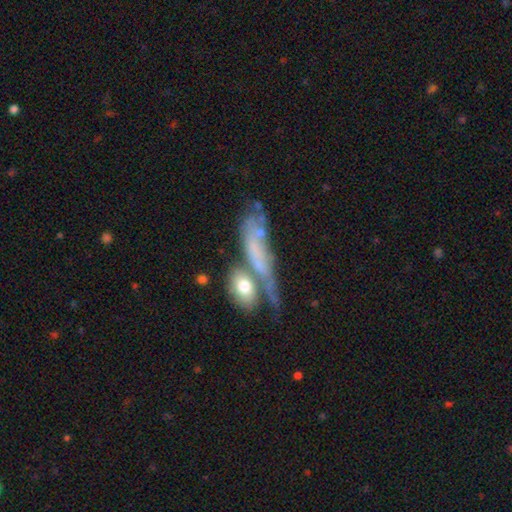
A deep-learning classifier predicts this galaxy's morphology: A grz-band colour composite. It shows a featured or disk galaxy (58%). Merging: merger (45%).